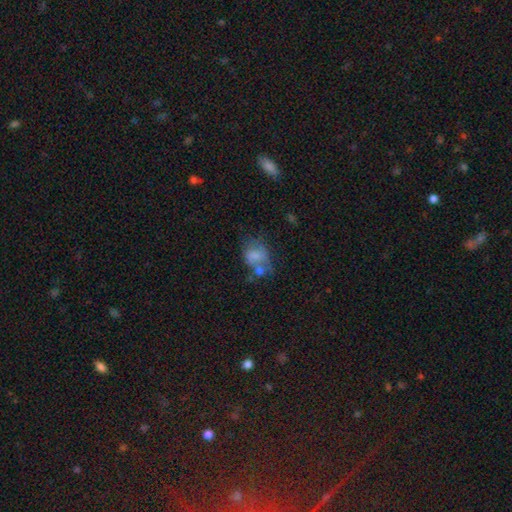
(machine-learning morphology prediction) Smooth or featured?
  - smooth: 64% *
  - featured or disk: 25%
  - star or artifact: 11%
How rounded?
  - in between: 60% *
  - round: 39%
  - cigar-shaped: 1%
Merging?
  - merger: 34% *
  - none: 27%
  - minor disturbance: 20%
  - major disturbance: 19%